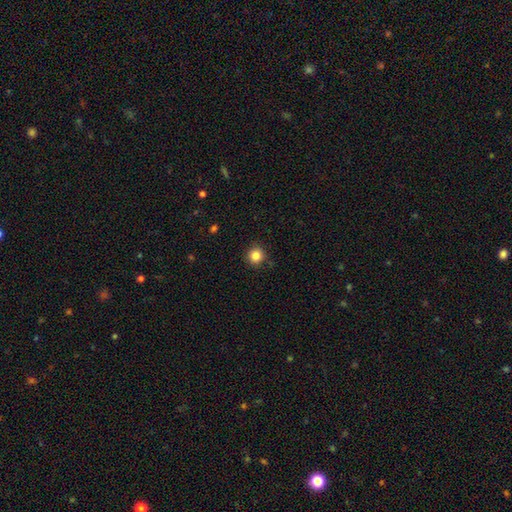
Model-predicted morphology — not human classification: smooth-or-featured: smooth: 84% | star or artifact: 11% | featured or disk: 4%
  how-rounded: round: 94% | in between: 5% | cigar-shaped: 1%
  merging: none: 89% | minor disturbance: 8% | major disturbance: 2% | merger: 2%